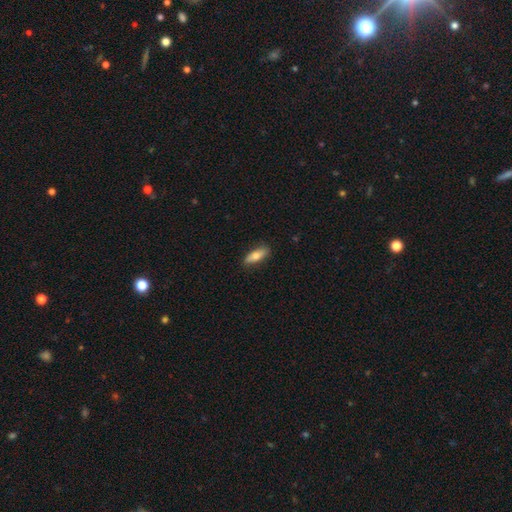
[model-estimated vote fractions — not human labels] smooth 73%, featured or disk 21%, star or artifact 6%. Down the decision tree: how rounded — in between (62%); merging — none (85%).